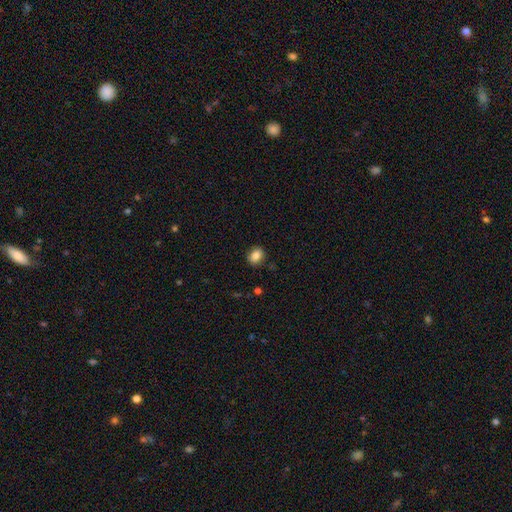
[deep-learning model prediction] The model was most divided on "how rounded": round: 51%, in between: 48%, cigar-shaped: 1%. More confident: merging — none (87%); smooth or featured — smooth (85%).